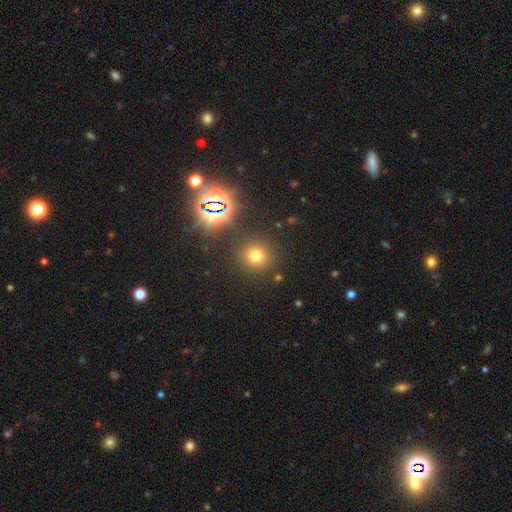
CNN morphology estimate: Smooth or featured? Predicted: smooth (p=0.67). How rounded? Predicted: round (p=0.89). Merging? Predicted: none (p=0.85).